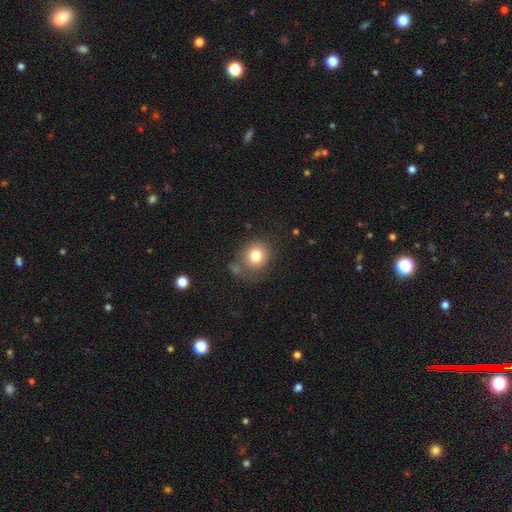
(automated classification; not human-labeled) The model was most divided on "merging": none: 65%, minor disturbance: 17%, merger: 11%, major disturbance: 8%. More confident: how rounded — round (80%); smooth or featured — smooth (79%).